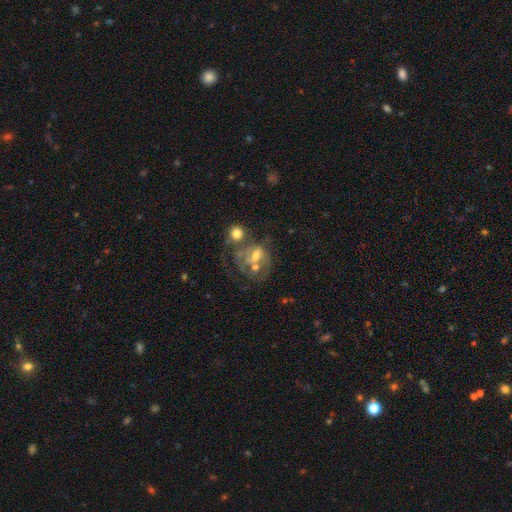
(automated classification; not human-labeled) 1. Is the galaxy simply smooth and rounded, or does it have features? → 57% featured or disk, 30% smooth, 13% star or artifact.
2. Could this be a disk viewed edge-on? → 97% no, 3% yes.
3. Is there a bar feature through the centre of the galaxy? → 72% no, 22% weak, 6% strong.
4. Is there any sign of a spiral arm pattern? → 64% no, 36% yes.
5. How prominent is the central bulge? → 53% moderate, 26% small, 11% none, 8% large, 2% dominant.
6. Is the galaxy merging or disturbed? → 38% merger, 25% major disturbance, 24% none, 13% minor disturbance.